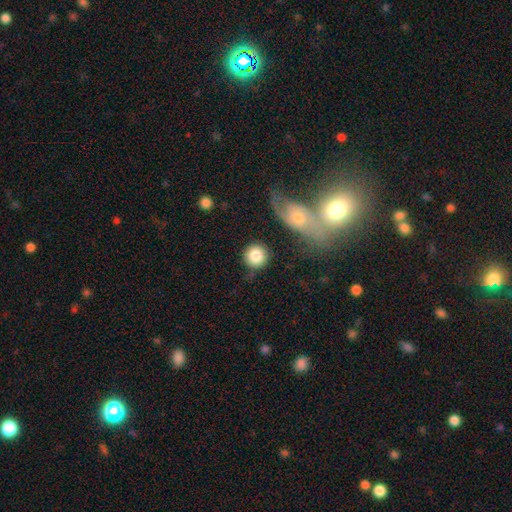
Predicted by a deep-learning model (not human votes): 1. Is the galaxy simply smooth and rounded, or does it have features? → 81% smooth, 12% featured or disk, 7% star or artifact.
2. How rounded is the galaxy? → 92% round, 7% in between, 1% cigar-shaped.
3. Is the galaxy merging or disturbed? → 73% none, 13% minor disturbance, 8% merger, 6% major disturbance.